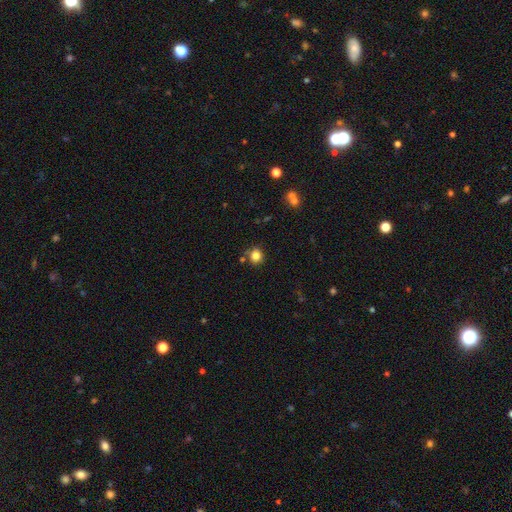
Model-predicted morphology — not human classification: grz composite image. It shows a smooth galaxy with no disk features (82%) that is round (85%). Merging: none (79%).